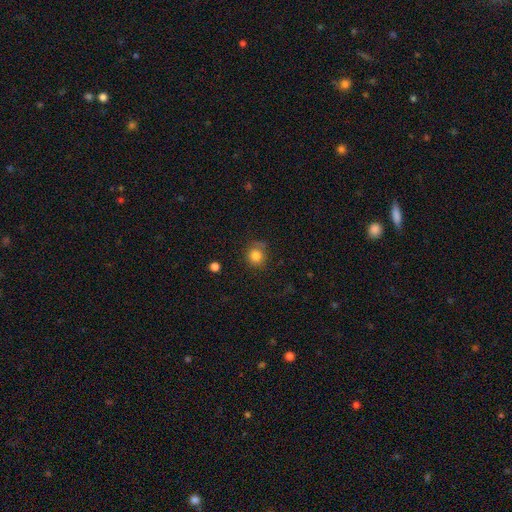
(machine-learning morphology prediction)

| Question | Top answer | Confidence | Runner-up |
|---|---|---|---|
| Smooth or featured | smooth | 82% | star or artifact (11%) |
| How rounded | round | 86% | in between (13%) |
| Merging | none | 74% | minor disturbance (19%) |